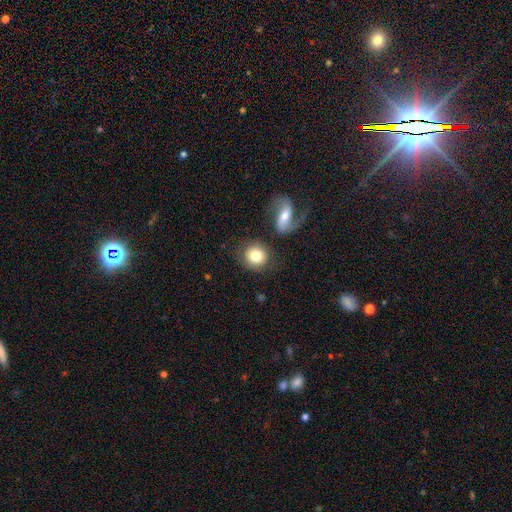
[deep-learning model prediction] Smooth or featured? smooth (77%)
How rounded? round (85%)
Merging? none (68%)